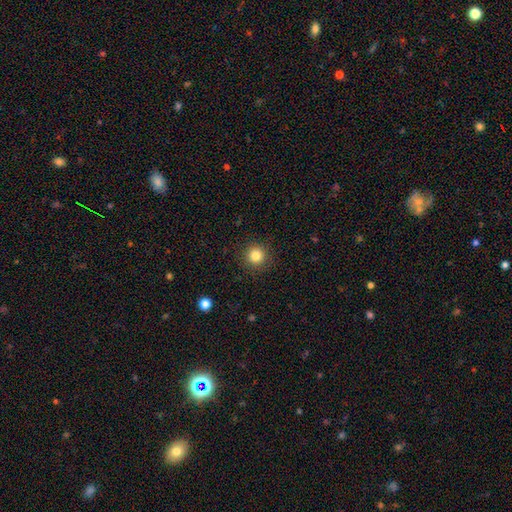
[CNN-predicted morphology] Smooth or featured?
  - smooth: 83% *
  - star or artifact: 12%
  - featured or disk: 5%
How rounded?
  - round: 95% *
  - in between: 4%
  - cigar-shaped: 1%
Merging?
  - none: 91% *
  - minor disturbance: 6%
  - major disturbance: 2%
  - merger: 1%